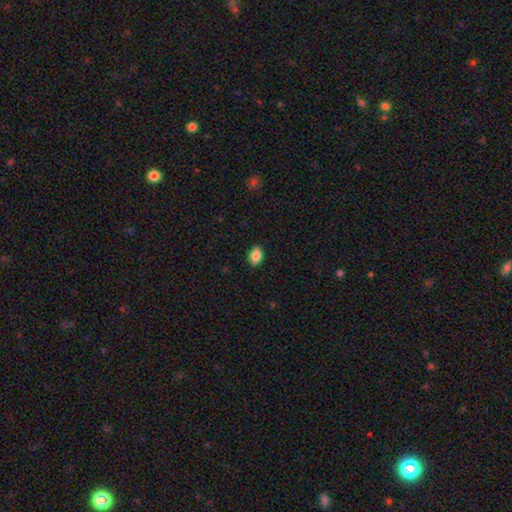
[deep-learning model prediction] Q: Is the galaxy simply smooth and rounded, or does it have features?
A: smooth — 86%.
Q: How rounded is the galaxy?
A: in between — 84%.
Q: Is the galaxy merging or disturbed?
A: none — 89%.